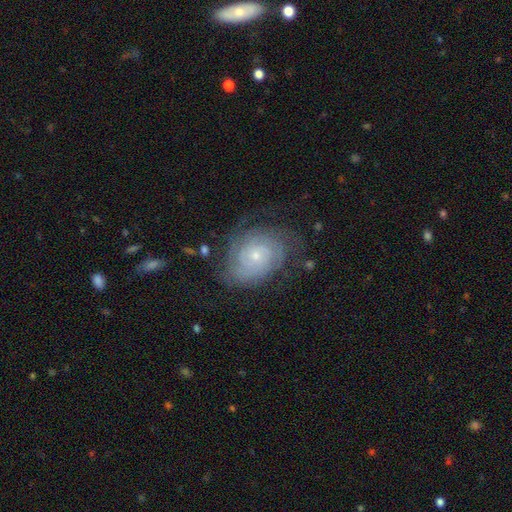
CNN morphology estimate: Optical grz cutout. It shows a featured or disk galaxy (76%) with no bar (79%), tight (73%) spiral arms (91%) and a small central bulge (74%). Merging: none (67%).